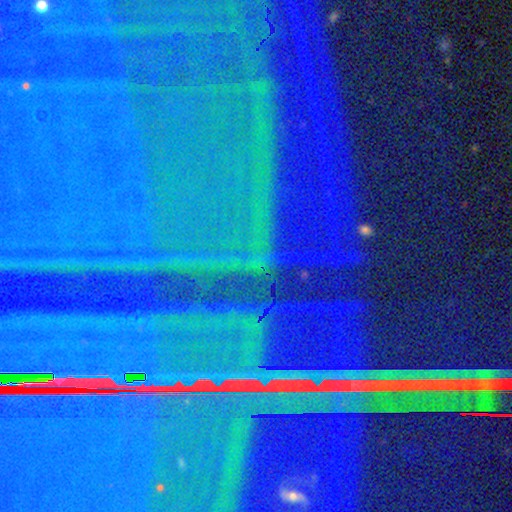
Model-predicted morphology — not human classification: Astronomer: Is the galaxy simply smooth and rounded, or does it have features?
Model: star or artifact — 88%.